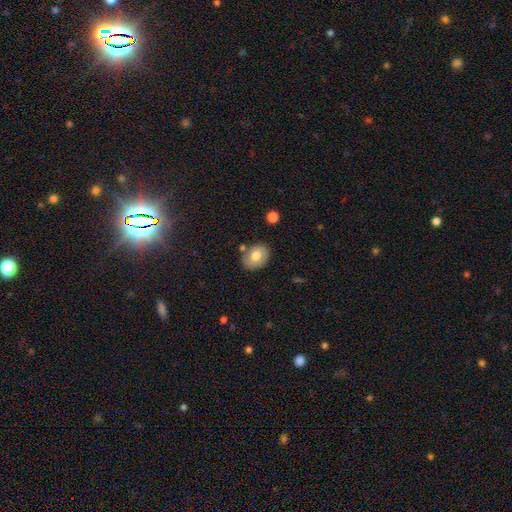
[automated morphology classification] A smooth galaxy with no disk features (75%) that is in between round and cigar-shaped (61%). Merging: none (77%).